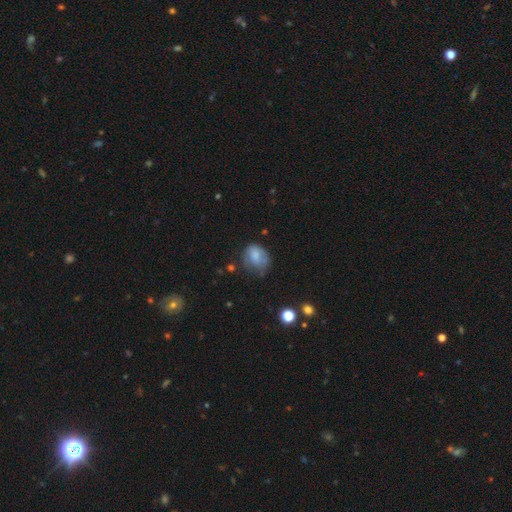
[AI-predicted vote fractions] The model was most divided on "merging": none: 42%, minor disturbance: 35%, major disturbance: 20%, merger: 3%. More confident: smooth or featured — smooth (71%); how rounded — in between (55%).